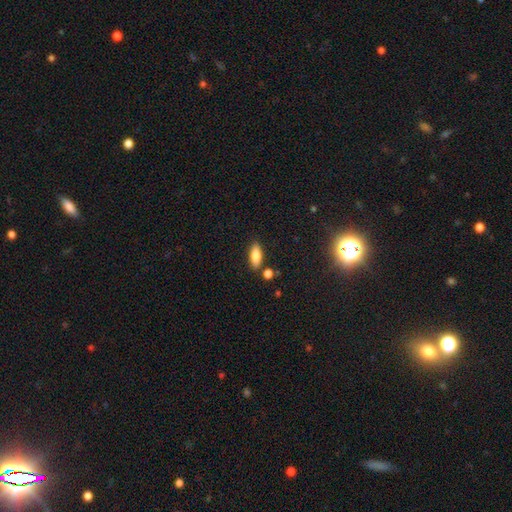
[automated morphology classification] A smooth galaxy with no disk features (82%) that is in between round and cigar-shaped (76%).

Vote fractions:
- Smooth or featured? smooth: 82% / featured or disk: 10% / star or artifact: 8%
- How rounded? in between: 76% / cigar-shaped: 21% / round: 3%
- Merging? none: 80% / minor disturbance: 11% / merger: 6% / major disturbance: 3%